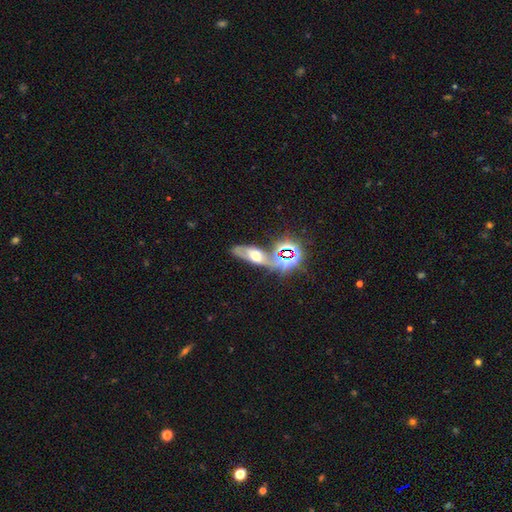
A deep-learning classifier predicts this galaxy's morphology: Smooth or featured? Predicted: featured or disk (p=0.45). Merging? Predicted: none (p=0.59).